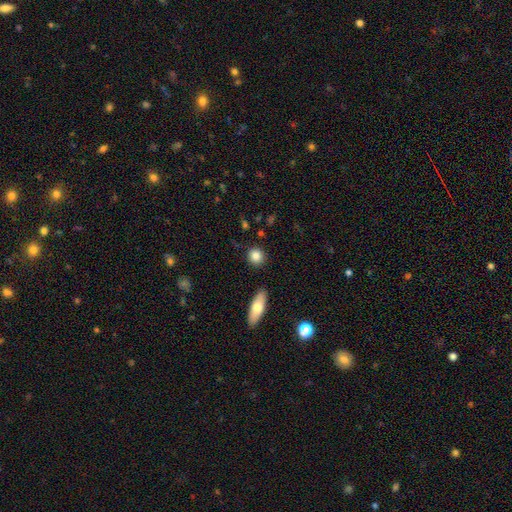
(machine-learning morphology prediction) This appears to be a smooth galaxy with no disk features (84%) that is round (85%). Merging: none (88%).